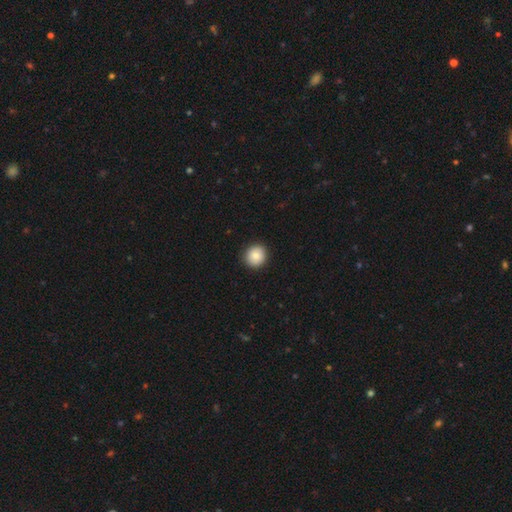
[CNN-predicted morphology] Overall: smooth (83%). How rounded: round (90%). Merging: none (90%).